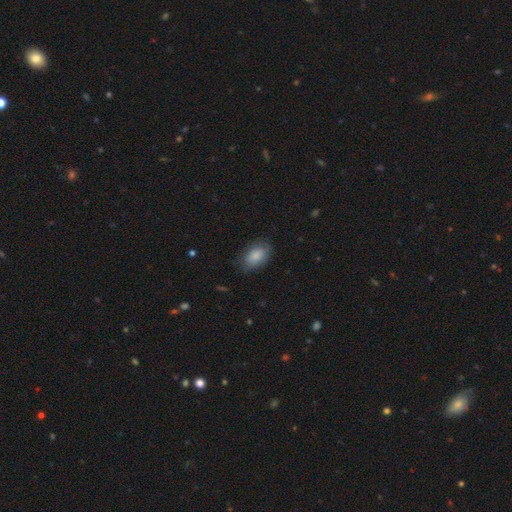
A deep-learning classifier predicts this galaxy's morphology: smooth 84%, featured or disk 9%, star or artifact 7%. Down the decision tree: how rounded — in between (89%); merging — none (75%).